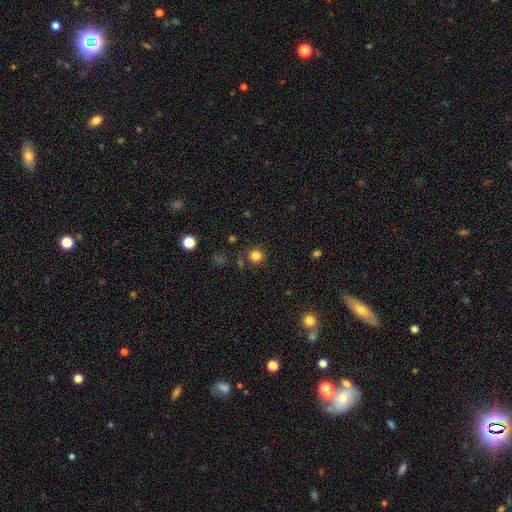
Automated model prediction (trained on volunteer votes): smooth 81%, star or artifact 14%, featured or disk 5%. Down the decision tree: how rounded — round (93%); merging — none (84%).